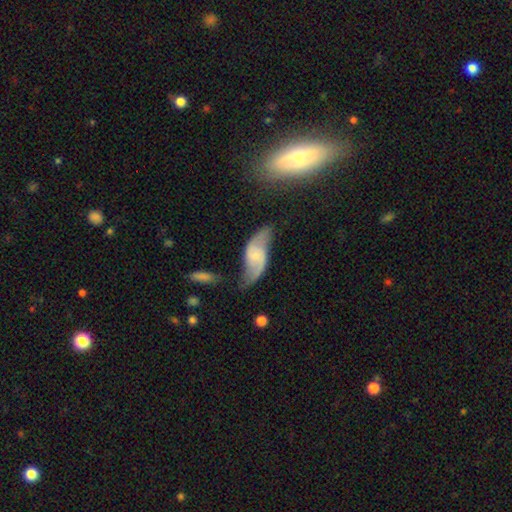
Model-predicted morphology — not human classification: Smooth or featured? featured or disk (72%)
Edge-on disk? no (93%)
Bar? no (53%)
Spiral arms? yes (92%)
Spiral winding? loose (62%)
Spiral arm count? 2 (90%)
Bulge size? small (56%)
Merging? none (60%)